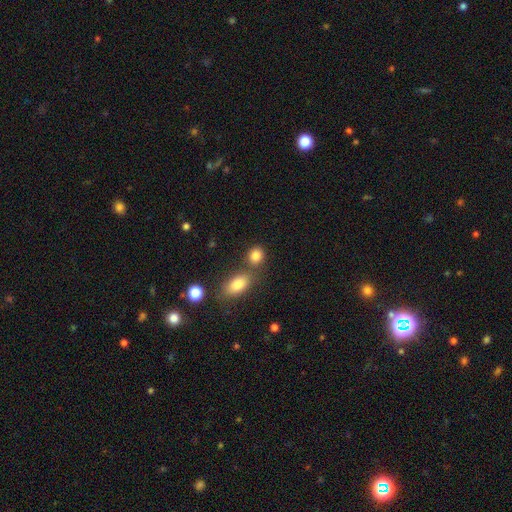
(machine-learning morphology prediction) This appears to be a smooth galaxy with no disk features (84%) that is round (61%). Merging: none (62%).